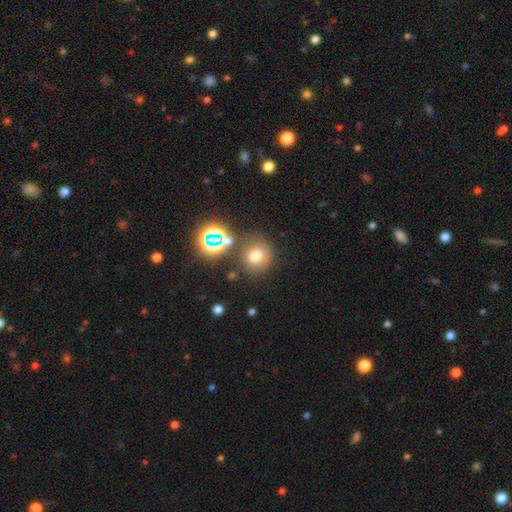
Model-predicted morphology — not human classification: Smooth or featured: smooth — 68% (star or artifact — 21%)
How rounded: round — 85% (in between — 14%)
Merging: none — 73% (minor disturbance — 12%)